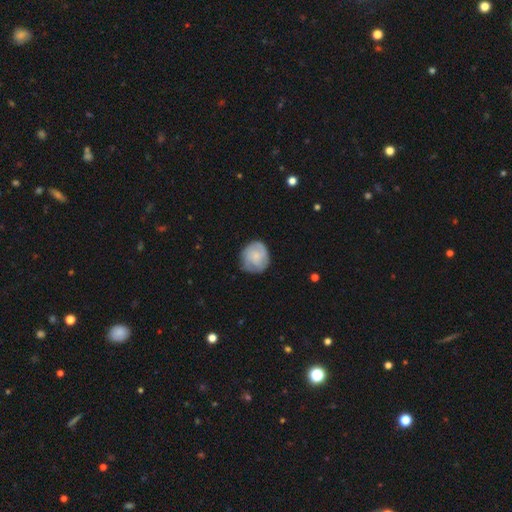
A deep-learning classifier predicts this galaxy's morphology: smooth_or_featured: smooth (p=0.52) [alt: featured or disk p=0.42]
how_rounded: round (p=0.85) [alt: in between p=0.14]
merging: none (p=0.76) [alt: minor disturbance p=0.18]